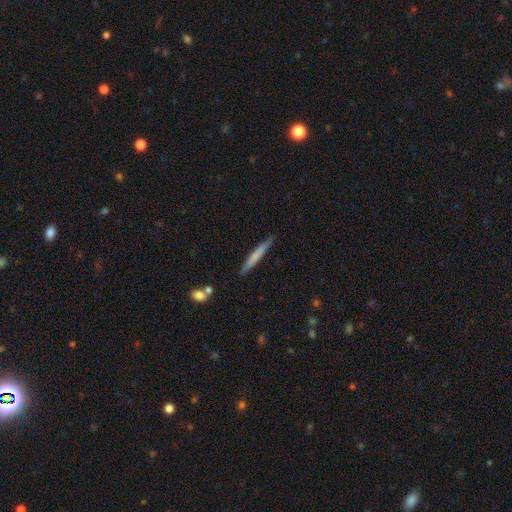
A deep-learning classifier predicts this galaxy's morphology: type=smooth (63%); roundness=cigar-shaped (96%); merging=none (87%).